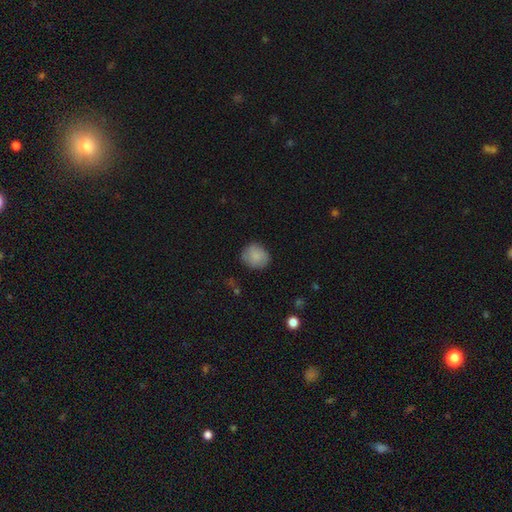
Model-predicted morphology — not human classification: This appears to be a smooth galaxy with no disk features (84%) that is round (78%). Merging: none (80%).